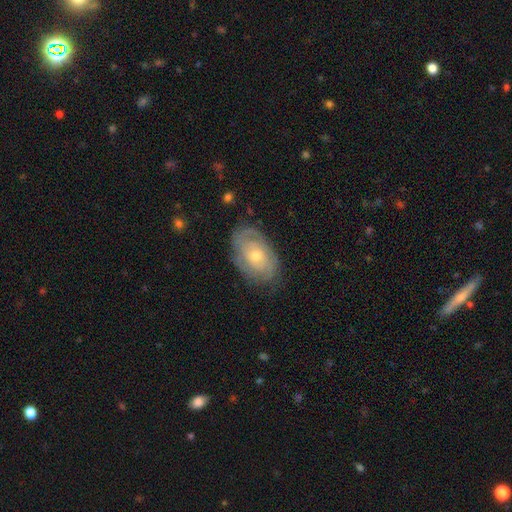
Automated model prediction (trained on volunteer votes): Q: Smooth or featured?
A: featured or disk (77%); runner-up: smooth (17%)
Q: Edge-on disk?
A: no (95%); runner-up: yes (5%)
Q: Bar?
A: no (78%); runner-up: weak (19%)
Q: Spiral arms?
A: yes (89%); runner-up: no (11%)
Q: Spiral winding?
A: tight (72%); runner-up: medium (22%)
Q: Spiral arm count?
A: can't tell (42%); runner-up: 2 (30%)
Q: Bulge size?
A: small (49%); runner-up: moderate (47%)
Q: Merging?
A: none (77%); runner-up: minor disturbance (17%)